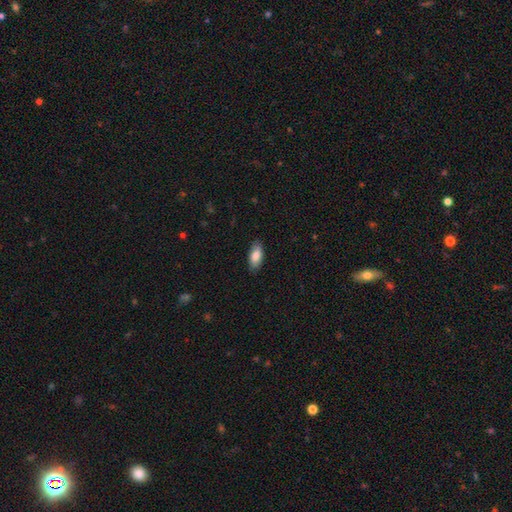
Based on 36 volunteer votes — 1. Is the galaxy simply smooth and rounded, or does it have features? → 78% smooth, 17% featured or disk, 6% star or artifact.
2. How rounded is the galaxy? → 79% in between, 21% cigar-shaped, 0% round.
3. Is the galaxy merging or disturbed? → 79% none, 21% minor disturbance, 0% major disturbance, 0% merger.